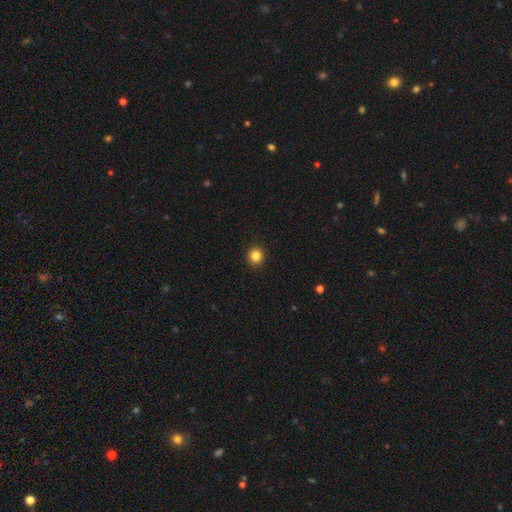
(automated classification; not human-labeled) Q: Smooth or featured?
A: smooth (84%); runner-up: star or artifact (11%)
Q: How rounded?
A: round (91%); runner-up: in between (8%)
Q: Merging?
A: none (93%); runner-up: minor disturbance (5%)